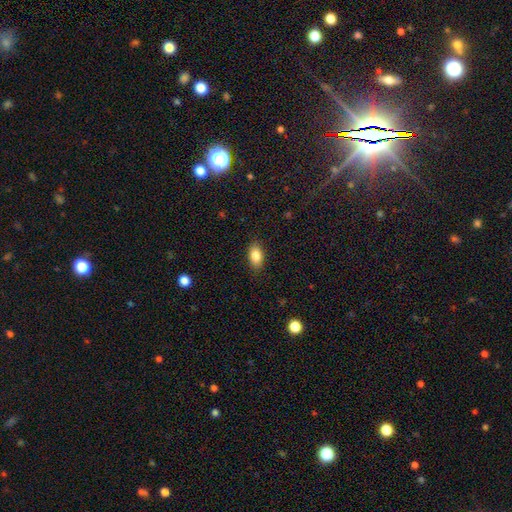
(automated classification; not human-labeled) smooth-or-featured: smooth: 84% | star or artifact: 8% | featured or disk: 8%
  how-rounded: in between: 90% | round: 7% | cigar-shaped: 3%
  merging: none: 87% | minor disturbance: 10% | major disturbance: 2% | merger: 1%